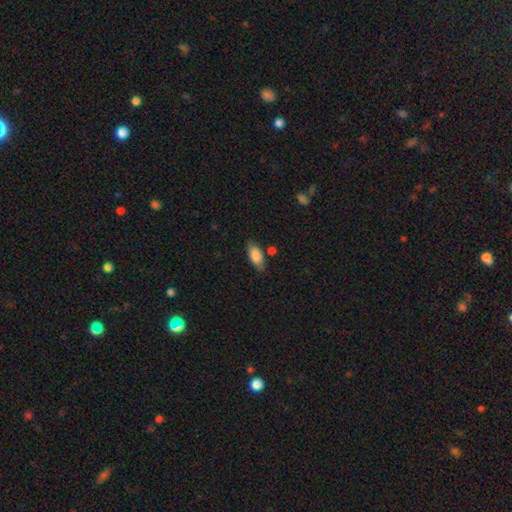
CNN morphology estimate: Q: Smooth or featured?
A: smooth (82%); runner-up: featured or disk (11%)
Q: How rounded?
A: in between (84%); runner-up: cigar-shaped (14%)
Q: Merging?
A: none (78%); runner-up: minor disturbance (15%)